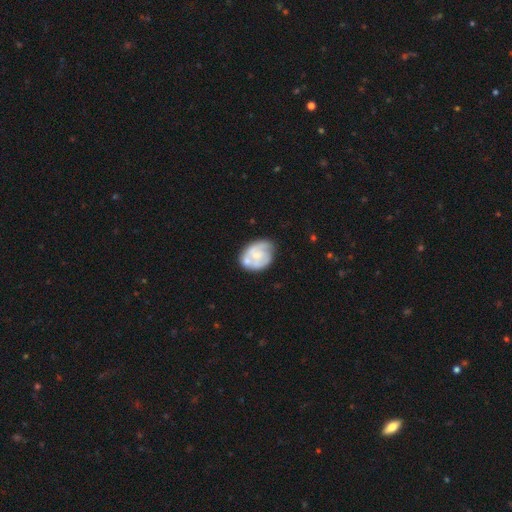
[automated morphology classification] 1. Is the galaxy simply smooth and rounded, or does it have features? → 63% featured or disk, 31% smooth, 6% star or artifact.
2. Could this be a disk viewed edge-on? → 98% no, 2% yes.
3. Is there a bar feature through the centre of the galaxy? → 71% no, 25% weak, 5% strong.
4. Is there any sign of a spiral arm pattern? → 69% yes, 31% no.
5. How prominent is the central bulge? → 44% small, 27% moderate, 24% none, 3% large, 1% dominant.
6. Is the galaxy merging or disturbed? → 50% none, 25% minor disturbance, 13% merger, 12% major disturbance.